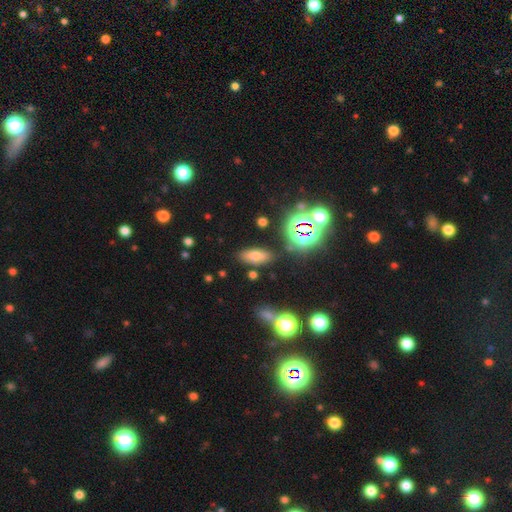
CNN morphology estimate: smooth-or-featured: smooth: 61% | star or artifact: 25% | featured or disk: 15%
  how-rounded: in between: 76% | cigar-shaped: 17% | round: 7%
  merging: none: 84% | minor disturbance: 9% | merger: 4% | major disturbance: 3%